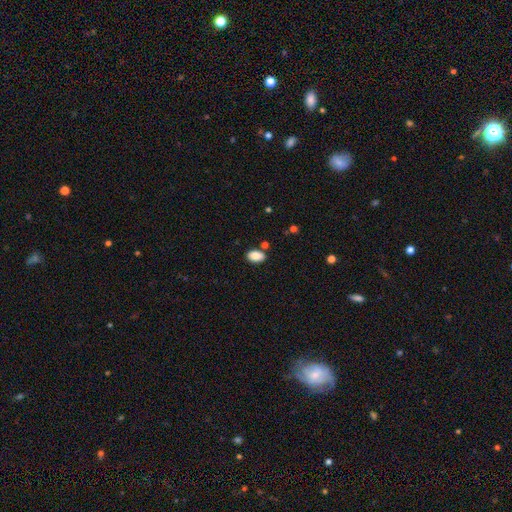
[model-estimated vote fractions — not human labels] This is clearly a smooth galaxy (85%). How rounded: clearly in between (91%). Merging: clearly none (80%).